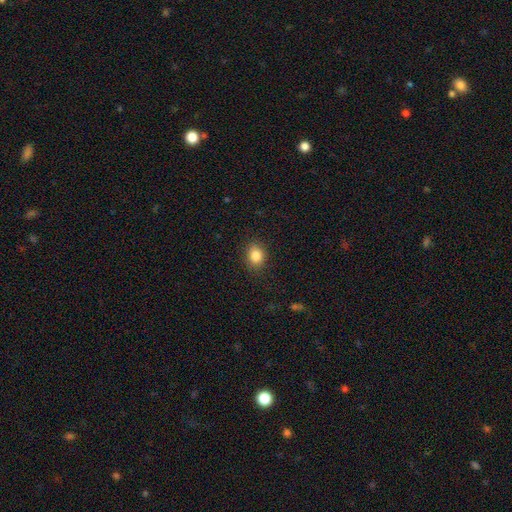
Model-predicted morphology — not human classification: A smooth galaxy with no disk features (85%) that is round (51%). Merging: none (86%).